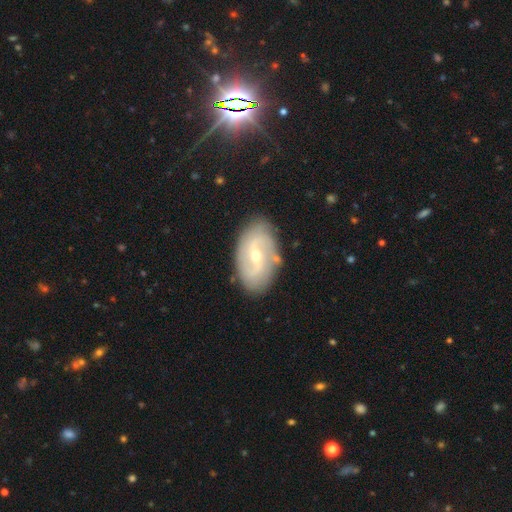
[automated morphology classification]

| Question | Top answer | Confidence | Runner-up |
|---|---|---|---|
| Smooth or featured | featured or disk | 76% | smooth (18%) |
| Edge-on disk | no | 95% | yes (5%) |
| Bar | weak | 51% | no (30%) |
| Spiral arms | yes | 86% | no (14%) |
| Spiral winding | medium | 40% | loose (33%) |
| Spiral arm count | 2 | 75% | can't tell (15%) |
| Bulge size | small | 51% | moderate (47%) |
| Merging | none | 82% | minor disturbance (13%) |